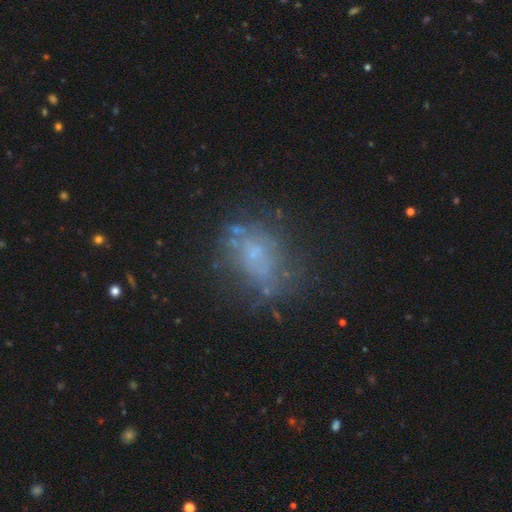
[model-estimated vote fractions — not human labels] This appears to be a featured or disk galaxy (43%). Merging: none (55%).